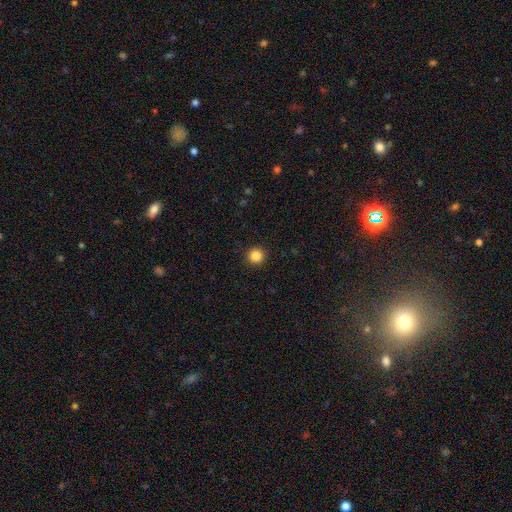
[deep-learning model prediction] Smooth or featured: smooth — 86% (star or artifact — 11%)
How rounded: round — 96% (in between — 4%)
Merging: none — 93% (minor disturbance — 5%)